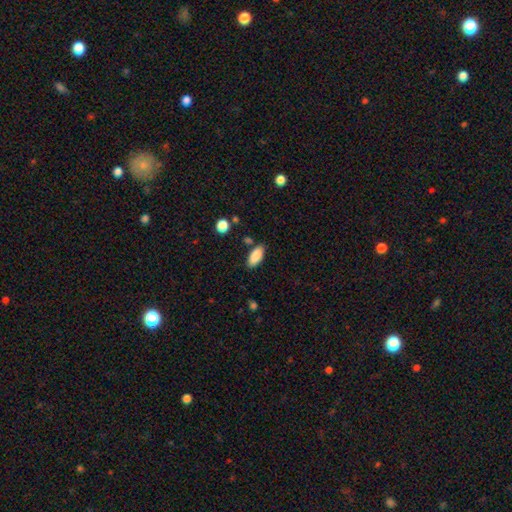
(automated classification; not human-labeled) This appears to be a smooth galaxy with no disk features (88%) that is in between round and cigar-shaped (86%). Merging: none (82%).